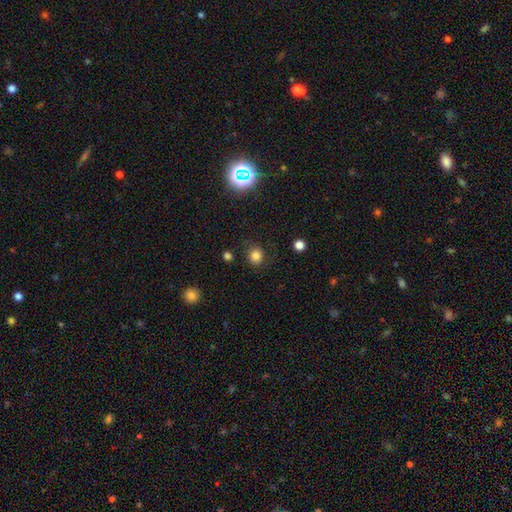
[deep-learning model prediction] Q: Smooth or featured?
A: smooth (80%); runner-up: star or artifact (14%)
Q: How rounded?
A: round (82%); runner-up: in between (17%)
Q: Merging?
A: none (81%); runner-up: minor disturbance (12%)